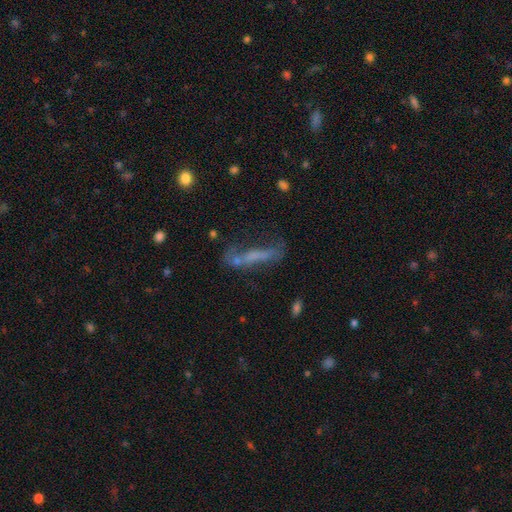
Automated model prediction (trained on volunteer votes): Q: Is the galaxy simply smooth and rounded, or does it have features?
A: smooth — 43%.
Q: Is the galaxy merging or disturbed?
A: none — 38%.